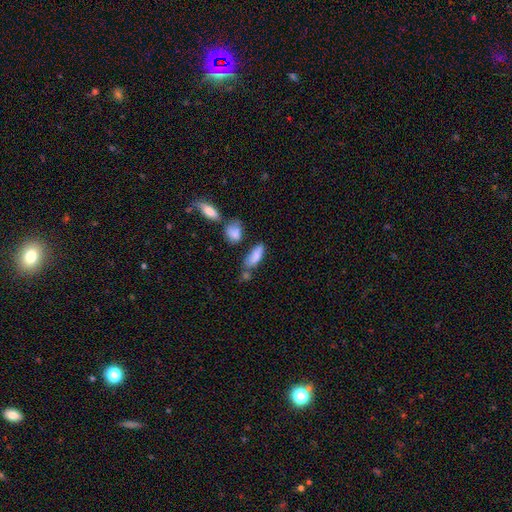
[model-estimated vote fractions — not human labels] smooth 80%, featured or disk 12%, star or artifact 8%. Down the decision tree: how rounded — in between (66%); merging — none (53%).